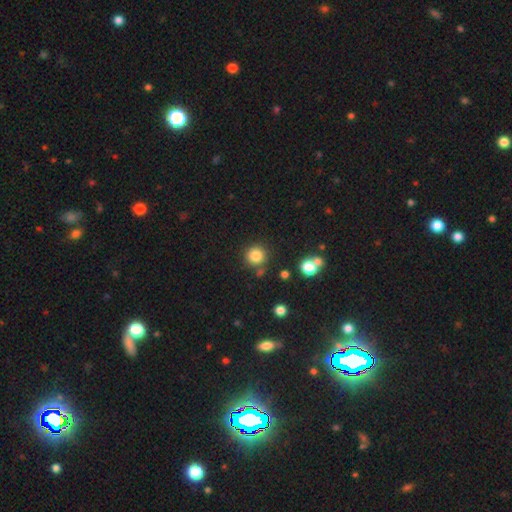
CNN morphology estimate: A smooth galaxy with no disk features (83%) that is round (94%).

Vote fractions:
- Smooth or featured? smooth: 83% / star or artifact: 12% / featured or disk: 5%
- How rounded? round: 94% / in between: 6% / cigar-shaped: 1%
- Merging? none: 82% / minor disturbance: 9% / merger: 7% / major disturbance: 3%